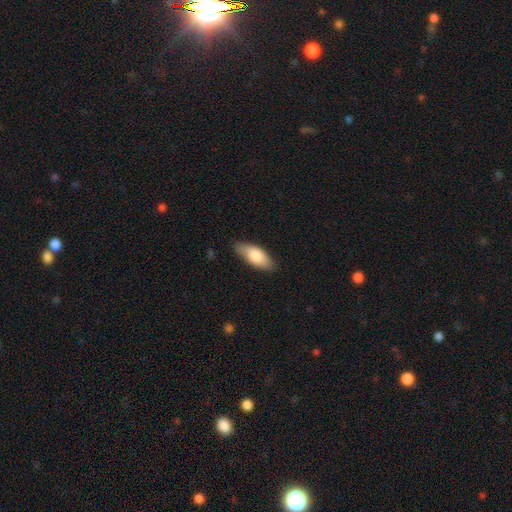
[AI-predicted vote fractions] Smooth or featured: smooth — 81% (featured or disk — 13%)
How rounded: in between — 82% (cigar-shaped — 16%)
Merging: none — 80% (minor disturbance — 16%)